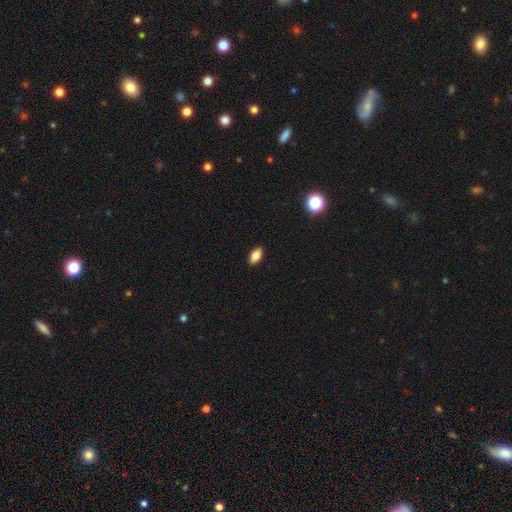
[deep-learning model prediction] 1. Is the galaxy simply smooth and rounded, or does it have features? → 83% smooth, 9% featured or disk, 8% star or artifact.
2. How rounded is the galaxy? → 89% in between, 7% cigar-shaped, 4% round.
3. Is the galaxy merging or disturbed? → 90% none, 8% minor disturbance, 2% major disturbance, 1% merger.